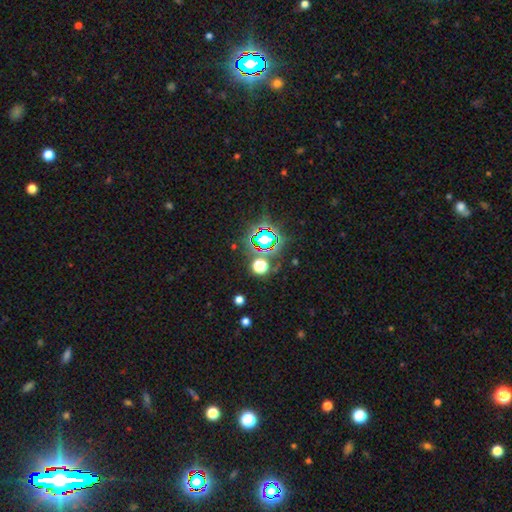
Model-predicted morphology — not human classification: The model was most divided on "smooth or featured": star or artifact: 70%, smooth: 23%, featured or disk: 8%.